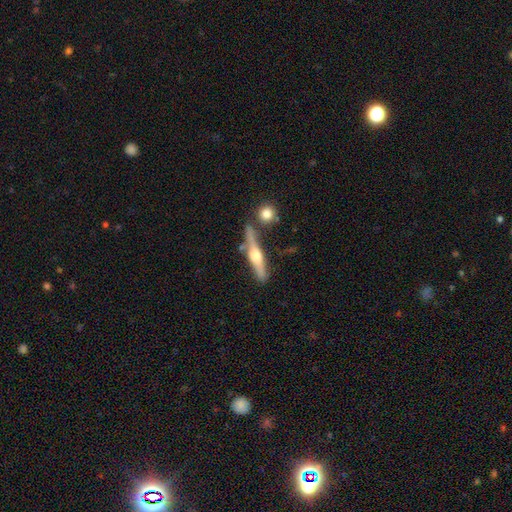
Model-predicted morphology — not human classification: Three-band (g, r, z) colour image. It shows a featured or disk galaxy (64%) viewed edge-on (94%) with a rounded central bulge (89%). Merging: none (69%).